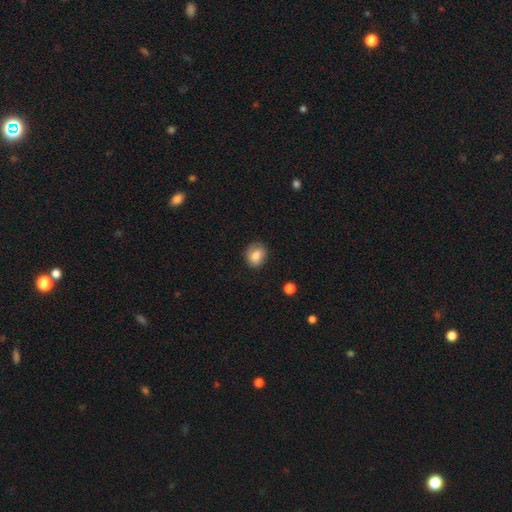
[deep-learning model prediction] Smooth or featured? Predicted: smooth (p=0.77). How rounded? Predicted: round (p=0.59). Merging? Predicted: none (p=0.70).